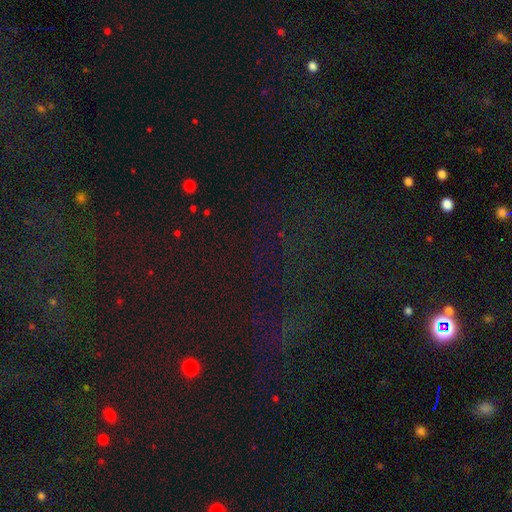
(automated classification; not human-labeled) Smooth or featured: star or artifact — 78% (smooth — 14%)